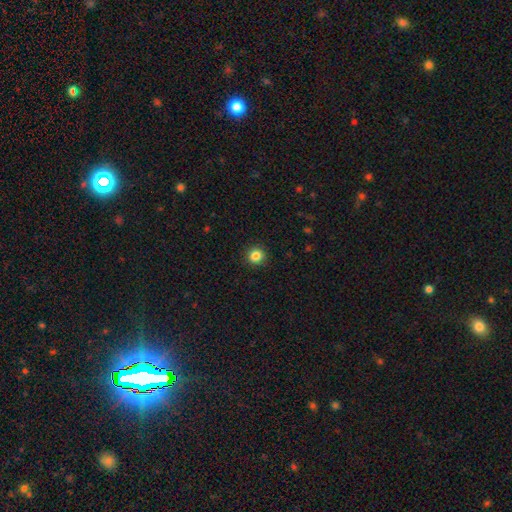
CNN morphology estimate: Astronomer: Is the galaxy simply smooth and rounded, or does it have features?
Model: smooth — 84%.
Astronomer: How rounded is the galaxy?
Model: round — 94%.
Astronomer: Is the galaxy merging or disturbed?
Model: none — 93%.